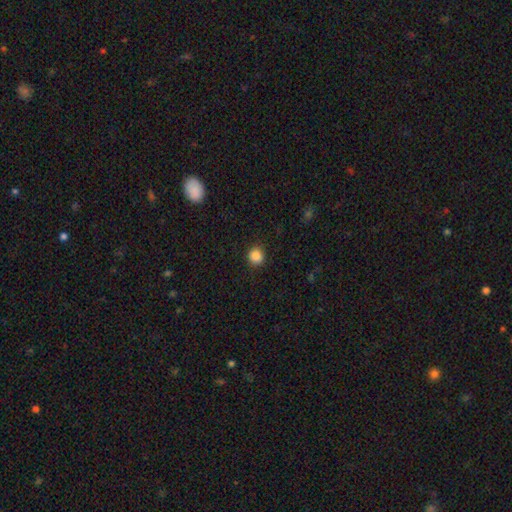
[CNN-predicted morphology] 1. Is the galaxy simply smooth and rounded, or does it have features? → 87% smooth, 10% star or artifact, 3% featured or disk.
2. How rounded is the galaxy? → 88% round, 11% in between, 1% cigar-shaped.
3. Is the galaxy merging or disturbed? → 89% none, 7% minor disturbance, 2% major disturbance, 1% merger.